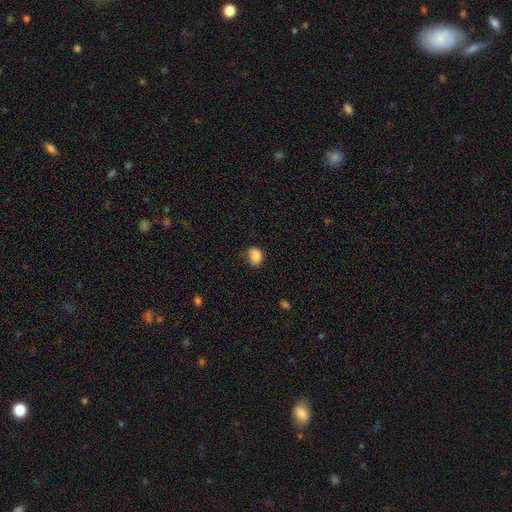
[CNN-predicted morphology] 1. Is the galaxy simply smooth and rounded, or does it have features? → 86% smooth, 9% star or artifact, 5% featured or disk.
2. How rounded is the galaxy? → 60% in between, 39% round, 1% cigar-shaped.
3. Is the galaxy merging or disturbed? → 72% none, 22% minor disturbance, 5% major disturbance, 1% merger.